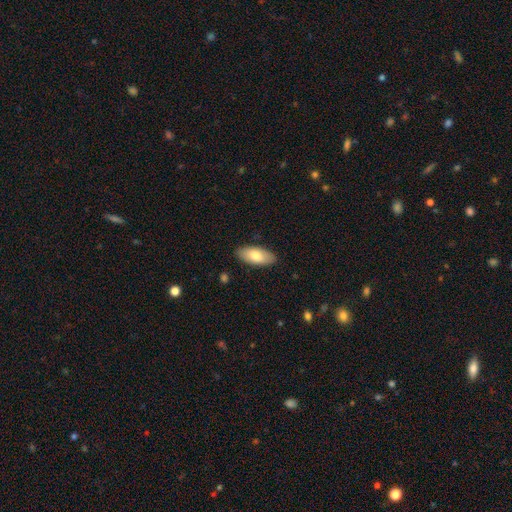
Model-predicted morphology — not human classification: A smooth galaxy with no disk features (78%) that is in between round and cigar-shaped (88%). Merging: none (88%).